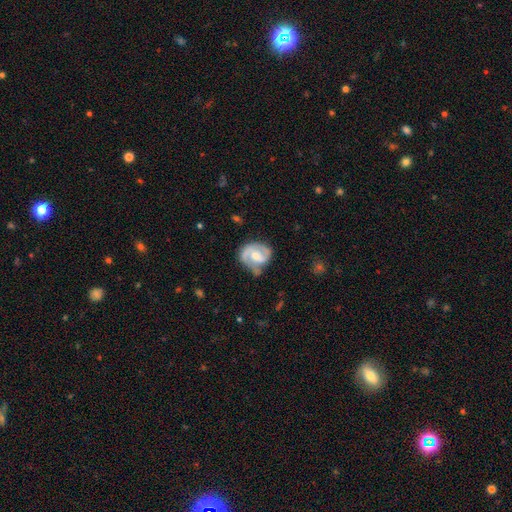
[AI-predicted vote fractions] Q: Smooth or featured?
A: featured or disk (79%); runner-up: smooth (16%)
Q: Edge-on disk?
A: no (98%); runner-up: yes (2%)
Q: Bar?
A: weak (47%); runner-up: no (36%)
Q: Spiral arms?
A: yes (91%); runner-up: no (9%)
Q: Spiral winding?
A: medium (47%); runner-up: tight (35%)
Q: Spiral arm count?
A: 2 (78%); runner-up: can't tell (8%)
Q: Bulge size?
A: moderate (59%); runner-up: small (34%)
Q: Merging?
A: none (53%); runner-up: minor disturbance (30%)